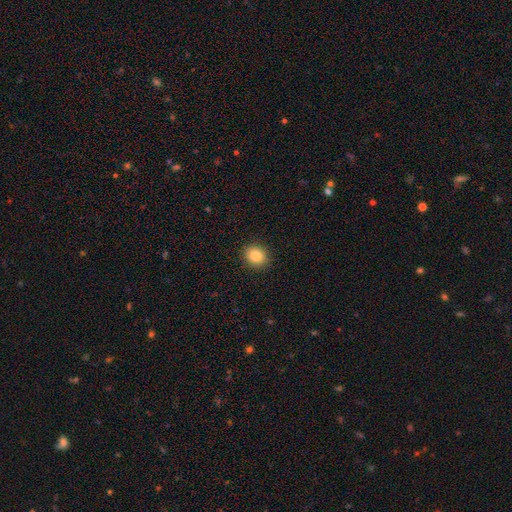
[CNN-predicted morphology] A smooth galaxy with no disk features (87%) that is round (65%).

Vote fractions:
- Smooth or featured? smooth: 87% / star or artifact: 9% / featured or disk: 4%
- How rounded? round: 65% / in between: 34% / cigar-shaped: 1%
- Merging? none: 90% / minor disturbance: 7% / major disturbance: 2% / merger: 1%